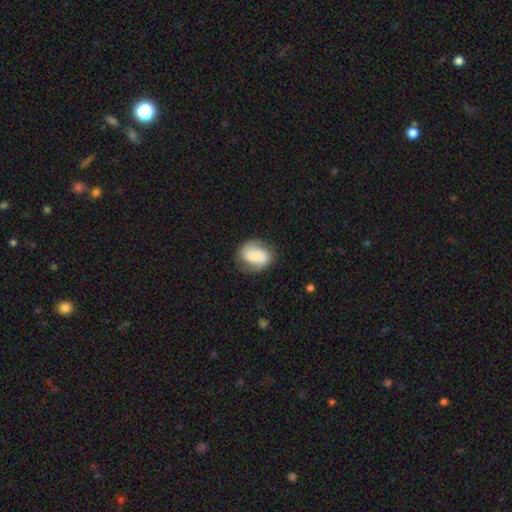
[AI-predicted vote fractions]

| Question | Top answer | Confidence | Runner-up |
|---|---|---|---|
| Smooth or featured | smooth | 58% | featured or disk (34%) |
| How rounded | in between | 65% | round (34%) |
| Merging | none | 70% | minor disturbance (21%) |